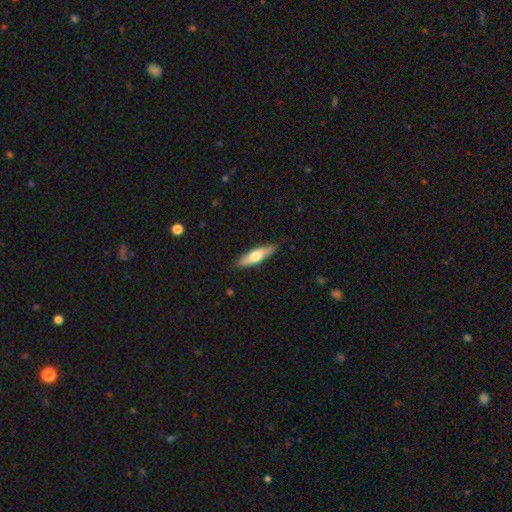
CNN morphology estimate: The model was most divided on "smooth or featured": smooth: 62%, featured or disk: 33%, star or artifact: 5%. More confident: merging — none (86%); how rounded — cigar-shaped (64%).